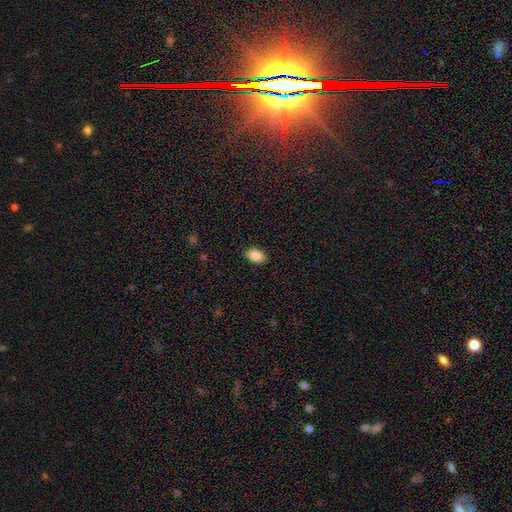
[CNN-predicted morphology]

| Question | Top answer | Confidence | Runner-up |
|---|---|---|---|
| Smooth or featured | smooth | 88% | star or artifact (8%) |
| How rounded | in between | 90% | round (9%) |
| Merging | none | 89% | minor disturbance (8%) |